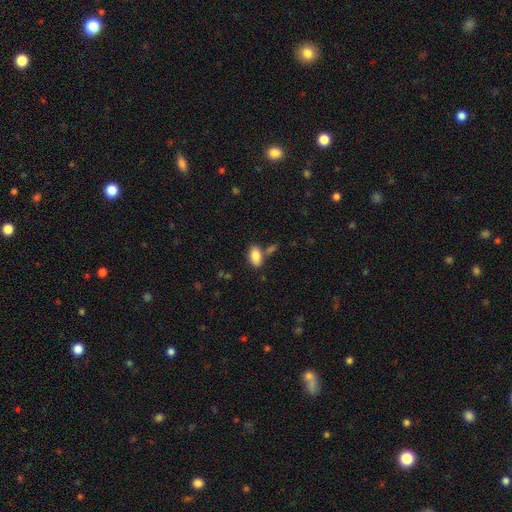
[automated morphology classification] smooth-or-featured: smooth: 85% | featured or disk: 8% | star or artifact: 7%
  how-rounded: in between: 92% | round: 4% | cigar-shaped: 4%
  merging: none: 70% | minor disturbance: 13% | merger: 13% | major disturbance: 4%